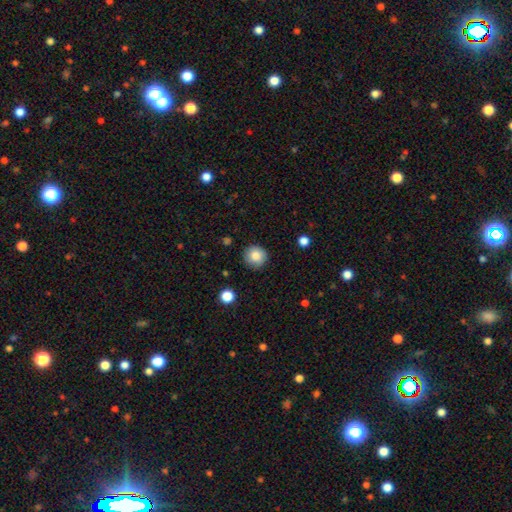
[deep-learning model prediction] Smooth or featured: smooth — 86% (star or artifact — 9%)
How rounded: round — 93% (in between — 6%)
Merging: none — 87% (minor disturbance — 10%)